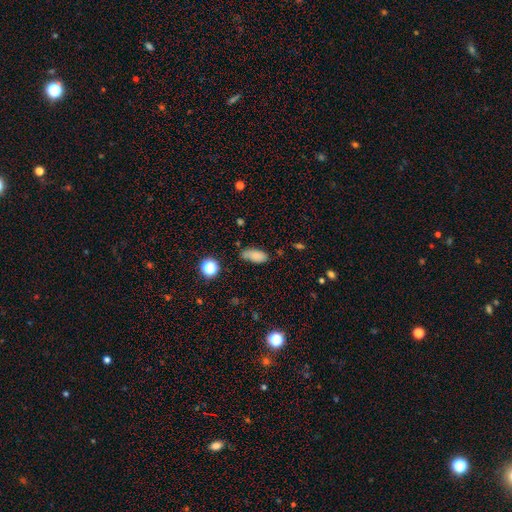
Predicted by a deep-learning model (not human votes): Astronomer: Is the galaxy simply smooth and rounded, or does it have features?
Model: smooth — 81%.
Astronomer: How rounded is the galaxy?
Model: in between — 86%.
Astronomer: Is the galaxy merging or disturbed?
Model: none — 63%.